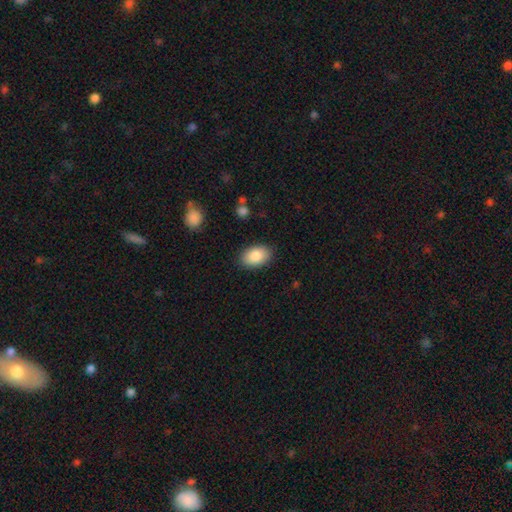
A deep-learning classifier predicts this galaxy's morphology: Smooth or featured?
  - smooth: 86% *
  - featured or disk: 8%
  - star or artifact: 7%
How rounded?
  - in between: 90% *
  - round: 9%
  - cigar-shaped: 1%
Merging?
  - none: 87% *
  - minor disturbance: 9%
  - major disturbance: 2%
  - merger: 1%